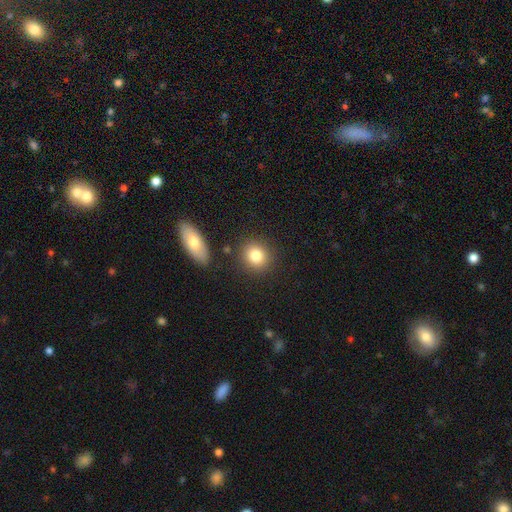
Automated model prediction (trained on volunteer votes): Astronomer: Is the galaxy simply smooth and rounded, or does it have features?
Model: smooth — 82%.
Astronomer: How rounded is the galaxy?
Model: round — 80%.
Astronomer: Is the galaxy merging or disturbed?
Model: none — 84%.